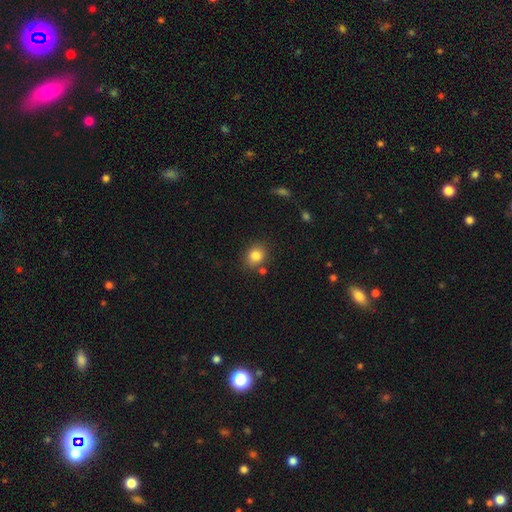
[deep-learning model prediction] A smooth galaxy with no disk features (83%) that is round (63%).

Vote fractions:
- Smooth or featured? smooth: 83% / star or artifact: 10% / featured or disk: 7%
- How rounded? round: 63% / in between: 36% / cigar-shaped: 1%
- Merging? none: 79% / minor disturbance: 11% / merger: 6% / major disturbance: 3%